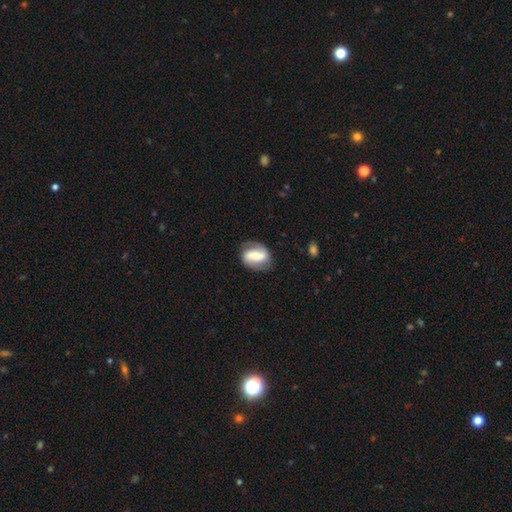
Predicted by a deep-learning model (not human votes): Overall: featured or disk (63%; smooth 30%). Edge-on disk: no (96%). Bar: strong (52%; weak 30%). Spiral arms: yes (84%). Spiral arm count: 2 (85%). Spiral winding: medium (38%; loose 37%). Bulge size: moderate (42%; small 35%). Merging: none (76%).